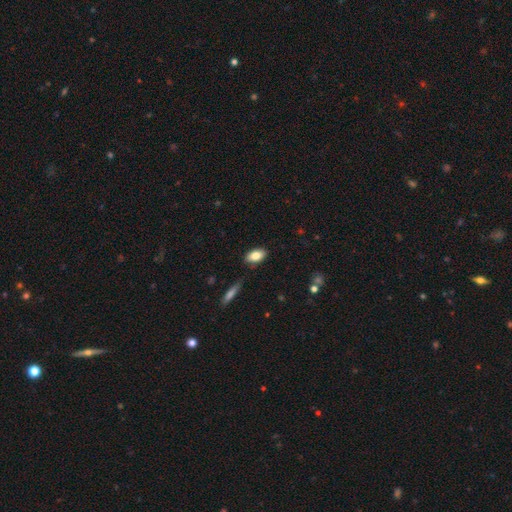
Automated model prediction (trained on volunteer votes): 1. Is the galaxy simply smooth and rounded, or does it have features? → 82% smooth, 11% featured or disk, 7% star or artifact.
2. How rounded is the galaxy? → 91% in between, 5% round, 5% cigar-shaped.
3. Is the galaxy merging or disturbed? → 84% none, 11% minor disturbance, 2% major disturbance, 2% merger.